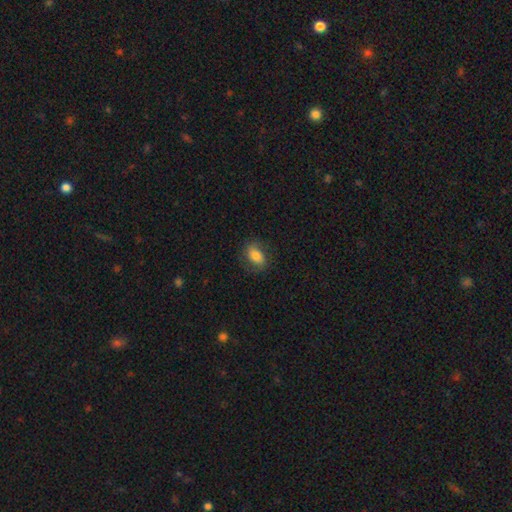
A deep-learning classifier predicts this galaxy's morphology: smooth-or-featured: smooth: 72% | featured or disk: 20% | star or artifact: 9%
  how-rounded: in between: 81% | round: 17% | cigar-shaped: 2%
  merging: none: 76% | minor disturbance: 16% | major disturbance: 7% | merger: 1%